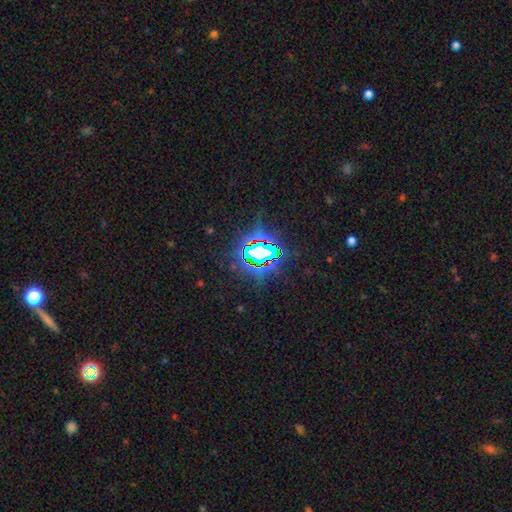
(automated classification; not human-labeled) Morphology: type=star or artifact (78%).